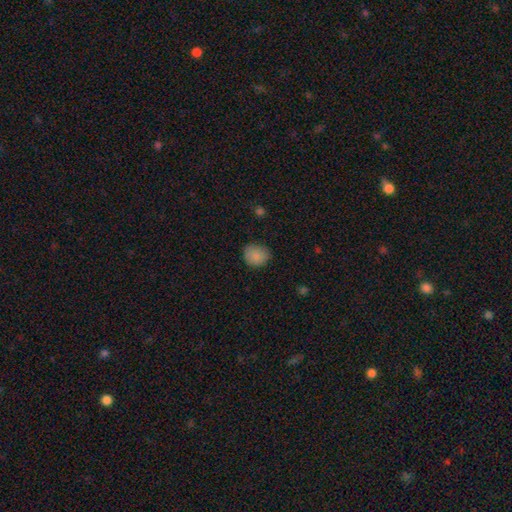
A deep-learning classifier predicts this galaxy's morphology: type=smooth (87%); roundness=round (76%); merging=none (81%).